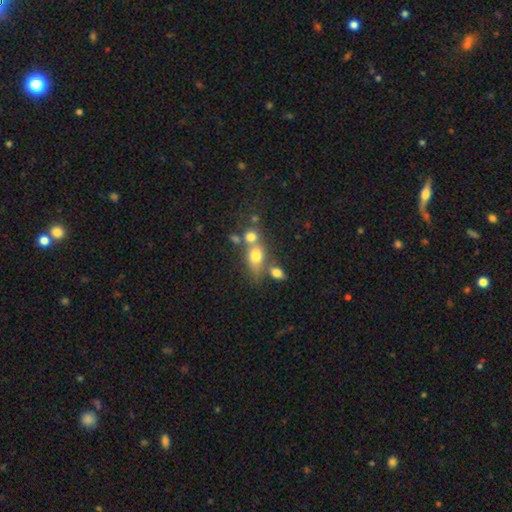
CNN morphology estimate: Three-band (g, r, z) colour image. It shows a smooth galaxy with no disk features (70%) that is in between round and cigar-shaped (57%). Merging: merger (42%).